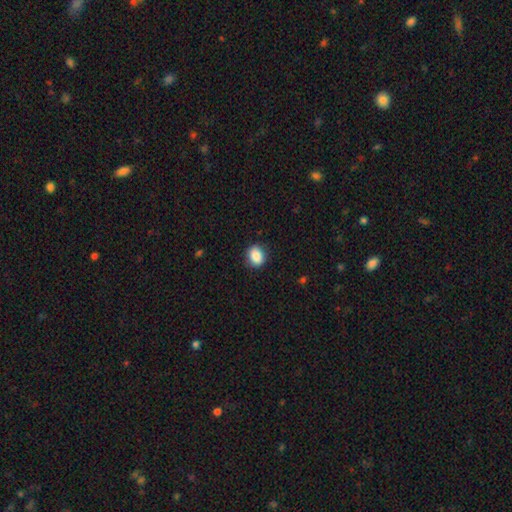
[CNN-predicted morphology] Smooth or featured? smooth (88%)
How rounded? round (50%)
Merging? none (87%)